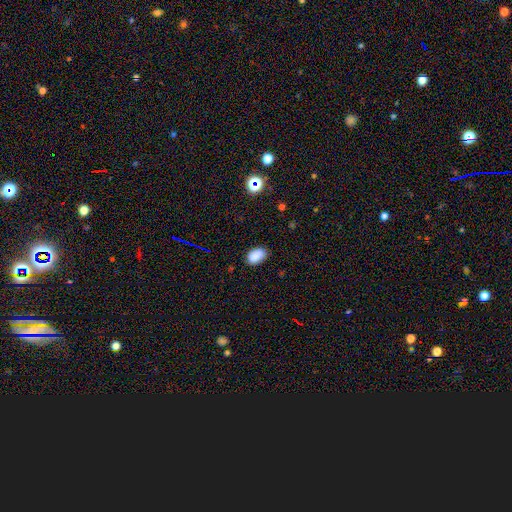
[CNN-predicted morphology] type=smooth (87%); roundness=in between (89%); merging=none (84%).